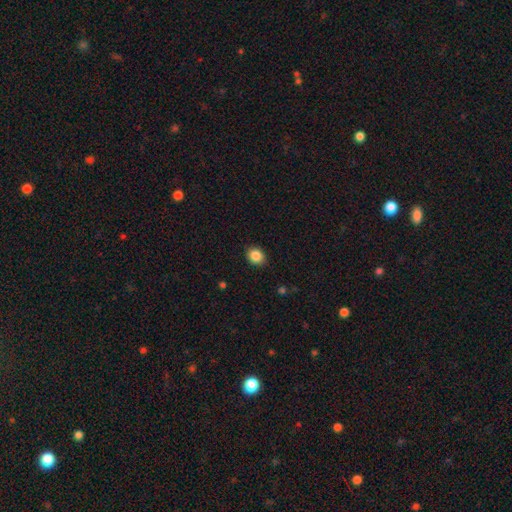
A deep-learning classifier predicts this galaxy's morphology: The model was most divided on "how rounded": round: 59%, in between: 40%, cigar-shaped: 1%. More confident: merging — none (89%); smooth or featured — smooth (86%).